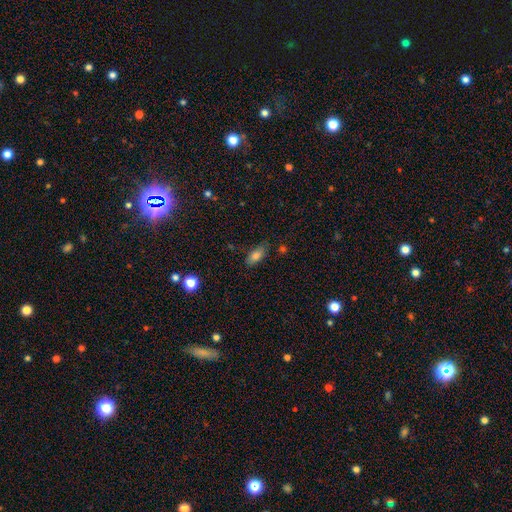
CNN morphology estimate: A smooth galaxy with no disk features (81%) that is in between round and cigar-shaped (87%). Merging: none (77%).